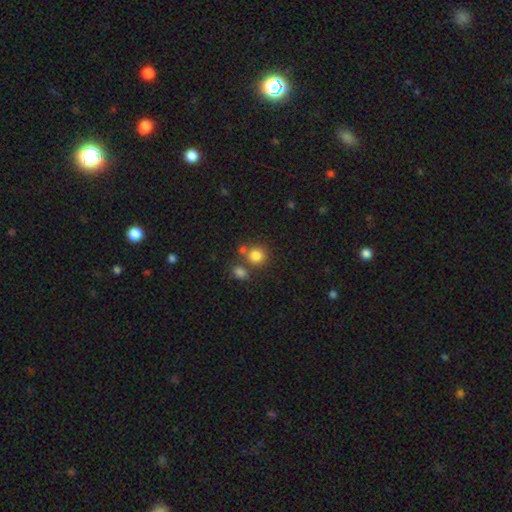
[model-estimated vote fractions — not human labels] Q: Smooth or featured?
A: smooth (81%); runner-up: star or artifact (12%)
Q: How rounded?
A: round (85%); runner-up: in between (14%)
Q: Merging?
A: none (65%); runner-up: merger (22%)